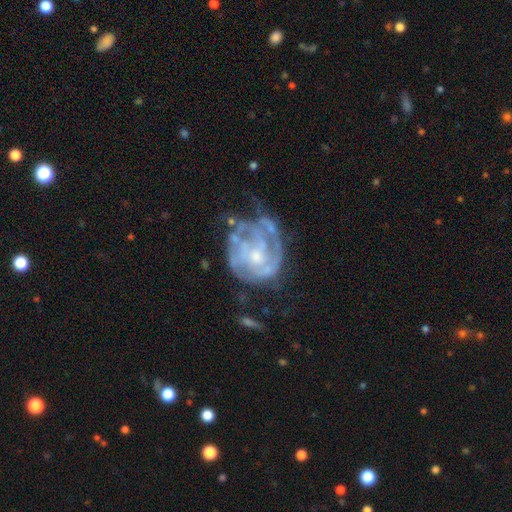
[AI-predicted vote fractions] Smooth or featured? featured or disk (81%)
Edge-on disk? no (98%)
Bar? no (72%)
Spiral arms? yes (78%)
Spiral winding? tight (59%)
Spiral arm count? can't tell (45%)
Bulge size? moderate (46%)
Merging? none (43%)